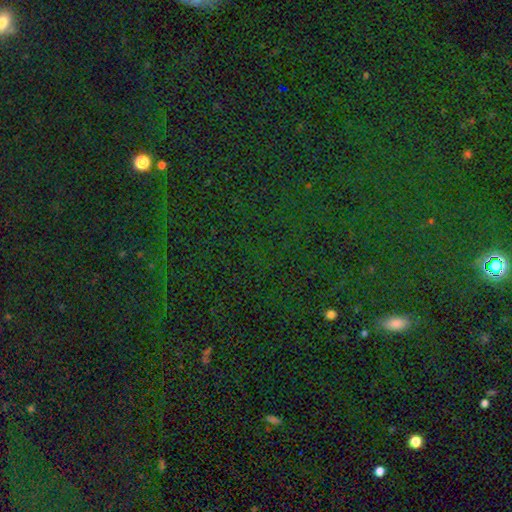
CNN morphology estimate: A star or artifact, not a galaxy (81%).

Vote fractions:
- Smooth or featured? star or artifact: 81% / smooth: 12% / featured or disk: 7%